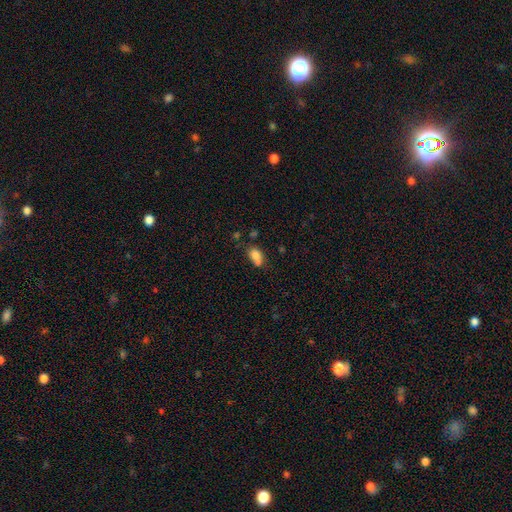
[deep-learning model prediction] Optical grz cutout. It shows a smooth galaxy with no disk features (78%) that is in between round and cigar-shaped (74%). Merging: none (39%).